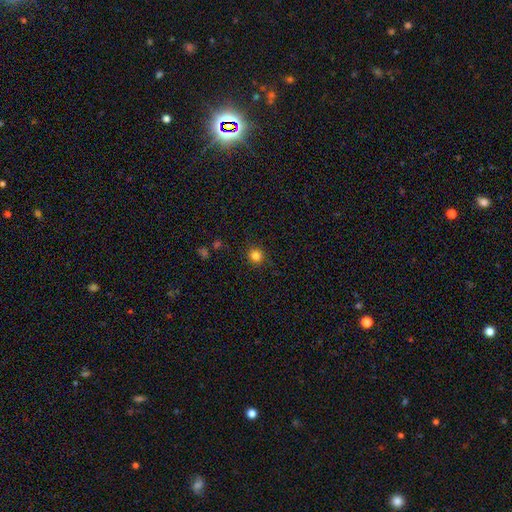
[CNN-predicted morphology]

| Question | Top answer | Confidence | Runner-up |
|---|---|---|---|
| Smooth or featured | smooth | 82% | star or artifact (13%) |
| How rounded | round | 92% | in between (7%) |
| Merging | none | 90% | minor disturbance (7%) |